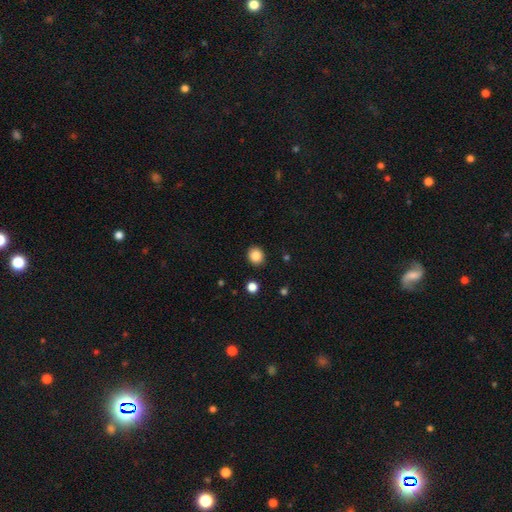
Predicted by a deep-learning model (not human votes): This is clearly a smooth galaxy (86%). How rounded: likely round (77%). Merging: clearly none (91%).